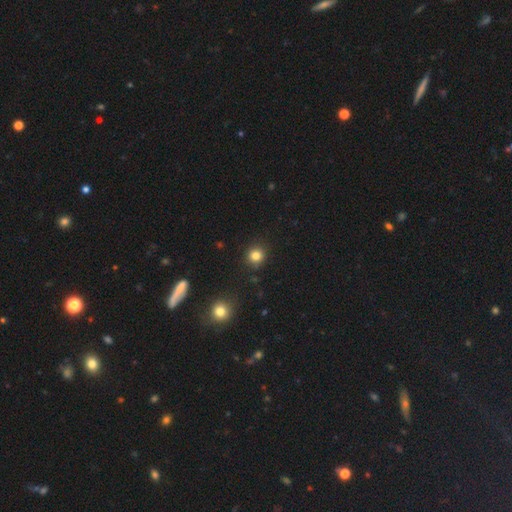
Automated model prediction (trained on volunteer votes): Overall: smooth (82%). How rounded: round (91%). Merging: none (89%).